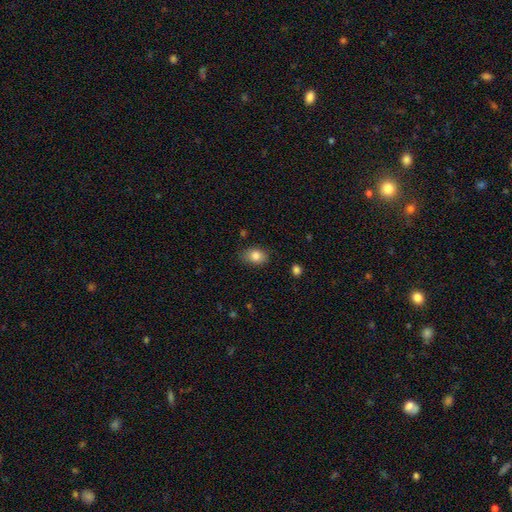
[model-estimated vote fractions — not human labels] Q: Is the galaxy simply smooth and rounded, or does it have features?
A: smooth — 85%.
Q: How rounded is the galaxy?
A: in between — 78%.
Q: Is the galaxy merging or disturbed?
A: none — 80%.